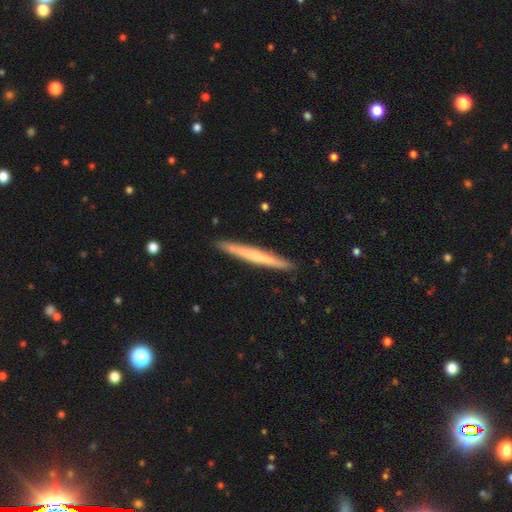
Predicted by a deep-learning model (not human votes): smooth-or-featured: smooth: 50% | featured or disk: 45% | star or artifact: 5%
  how-rounded: cigar-shaped: 97% | in between: 2% | round: 1%
  merging: none: 91% | minor disturbance: 6% | major disturbance: 1% | merger: 1%